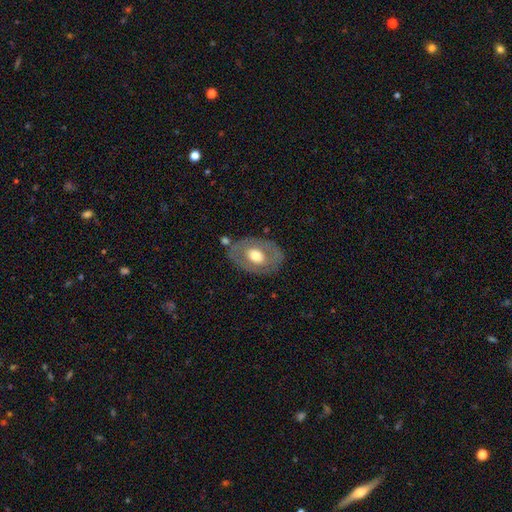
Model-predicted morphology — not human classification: Smooth or featured?
  - smooth: 47% * (tied)
  - featured or disk: 47% * (tied)
  - star or artifact: 6%
Merging?
  - none: 75% *
  - minor disturbance: 15%
  - major disturbance: 6%
  - merger: 4%